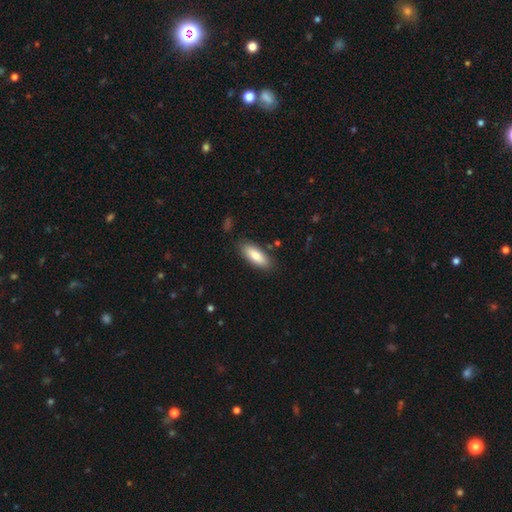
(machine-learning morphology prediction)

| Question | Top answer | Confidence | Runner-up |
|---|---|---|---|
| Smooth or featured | smooth | 83% | featured or disk (12%) |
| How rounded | in between | 73% | cigar-shaped (26%) |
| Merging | none | 85% | minor disturbance (11%) |